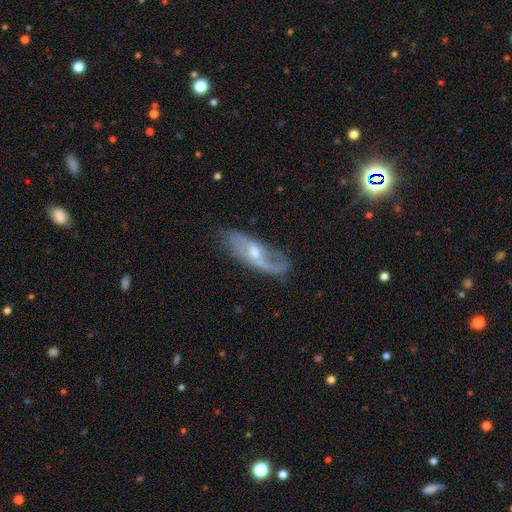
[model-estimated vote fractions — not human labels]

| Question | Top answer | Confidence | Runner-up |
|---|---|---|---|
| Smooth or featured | featured or disk | 75% | smooth (16%) |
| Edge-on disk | no | 83% | yes (17%) |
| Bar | no | 58% | weak (33%) |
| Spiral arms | yes | 88% | no (12%) |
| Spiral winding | loose | 54% | medium (30%) |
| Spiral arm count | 2 | 60% | 1 (21%) |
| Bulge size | small | 51% | moderate (44%) |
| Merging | none | 62% | minor disturbance (24%) |